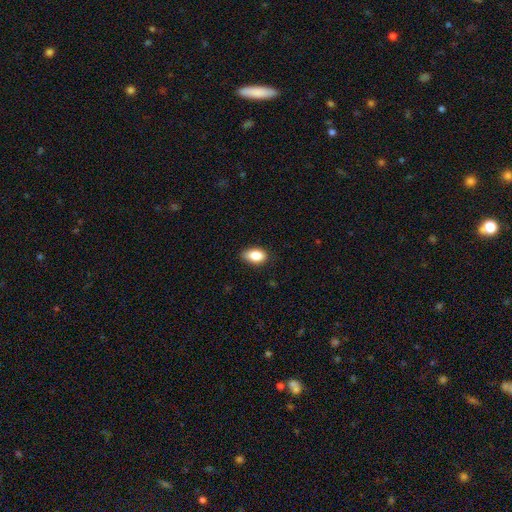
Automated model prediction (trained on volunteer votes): A smooth galaxy with no disk features (85%) that is in between round and cigar-shaped (89%). Merging: none (80%).